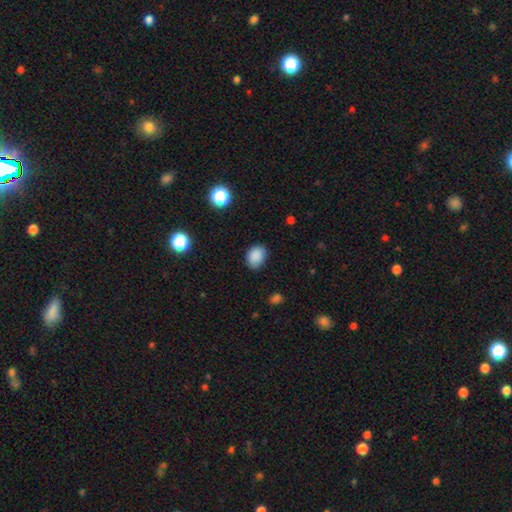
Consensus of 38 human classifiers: smooth_or_featured: smooth (p=0.89) [alt: star or artifact p=0.08]
how_rounded: in between (p=0.62) [alt: round p=0.38]
merging: none (p=0.77) [alt: minor disturbance p=0.17]